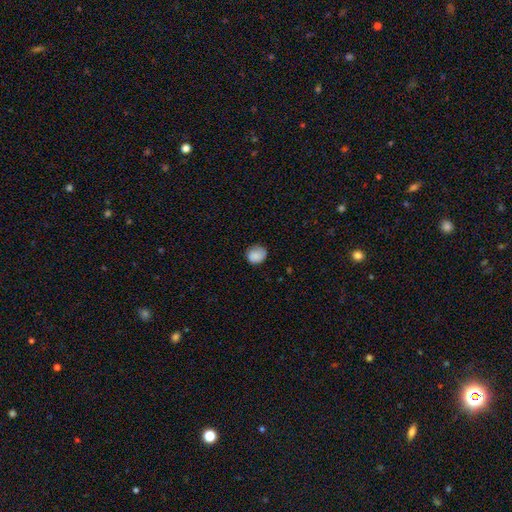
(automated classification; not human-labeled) Smooth or featured?
  - smooth: 85% *
  - star or artifact: 8%
  - featured or disk: 7%
How rounded?
  - round: 76% *
  - in between: 23%
  - cigar-shaped: 1%
Merging?
  - none: 75% *
  - minor disturbance: 20%
  - major disturbance: 4%
  - merger: 1%